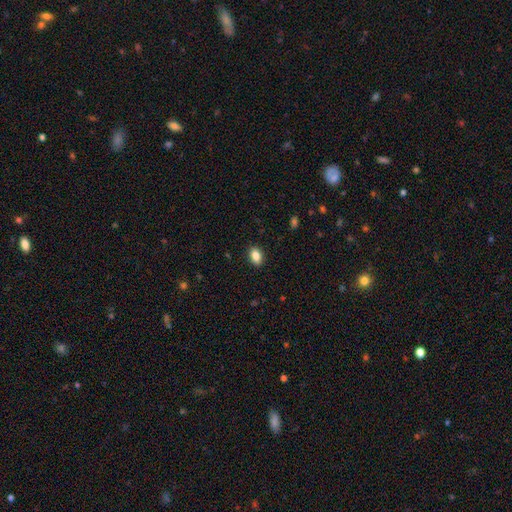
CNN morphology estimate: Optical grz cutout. It shows a smooth galaxy with no disk features (86%) that is in between round and cigar-shaped (86%). Merging: none (89%).